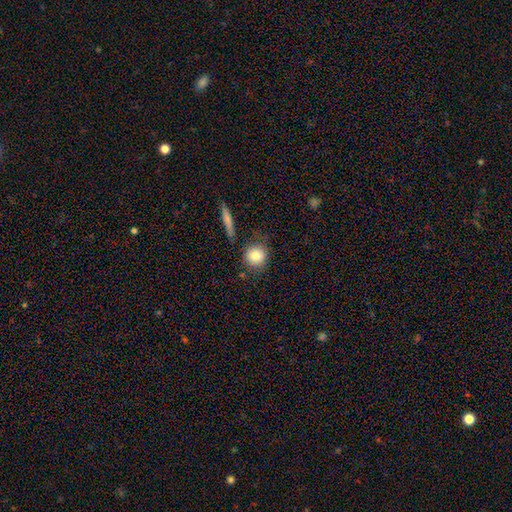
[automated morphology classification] This appears to be a smooth galaxy with no disk features (81%) that is round (88%). Merging: none (79%).